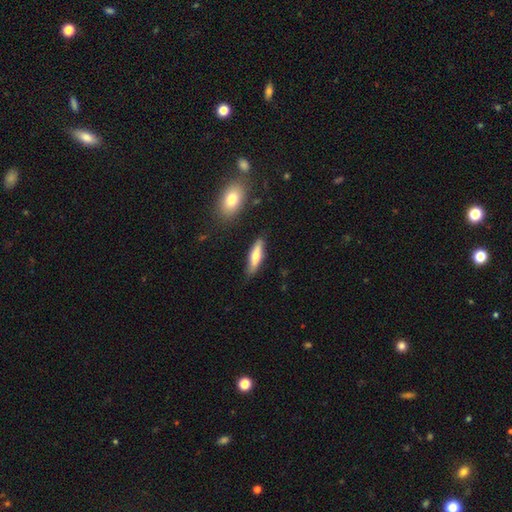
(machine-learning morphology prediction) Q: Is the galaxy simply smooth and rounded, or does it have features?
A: smooth — 63%.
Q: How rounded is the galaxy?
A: cigar-shaped — 66%.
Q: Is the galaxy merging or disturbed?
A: none — 81%.